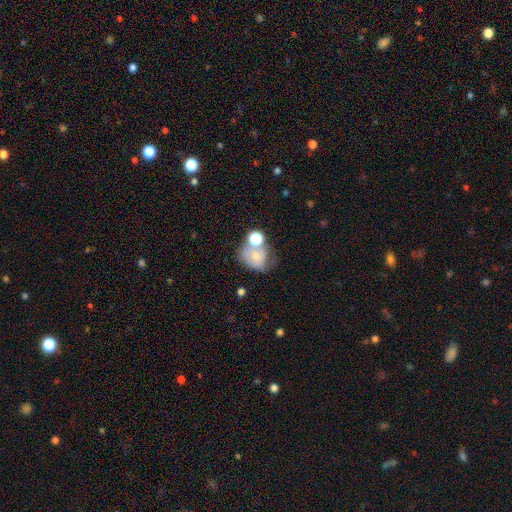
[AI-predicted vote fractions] A smooth galaxy with no disk features (58%) that is round (51%). Merging: merger (33%).